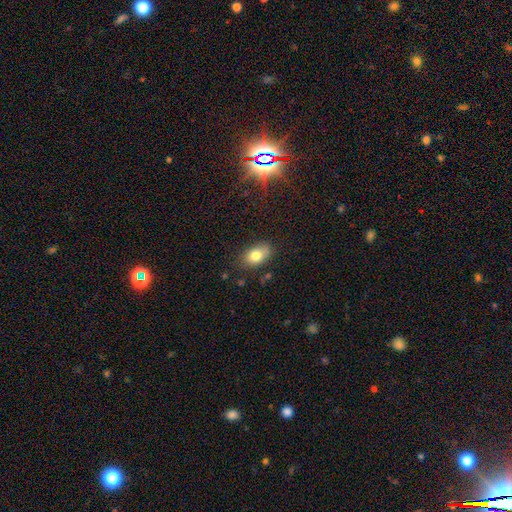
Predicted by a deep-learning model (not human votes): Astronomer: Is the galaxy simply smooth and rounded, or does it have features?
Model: smooth — 78%.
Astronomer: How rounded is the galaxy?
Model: in between — 88%.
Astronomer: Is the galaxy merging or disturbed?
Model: none — 77%.